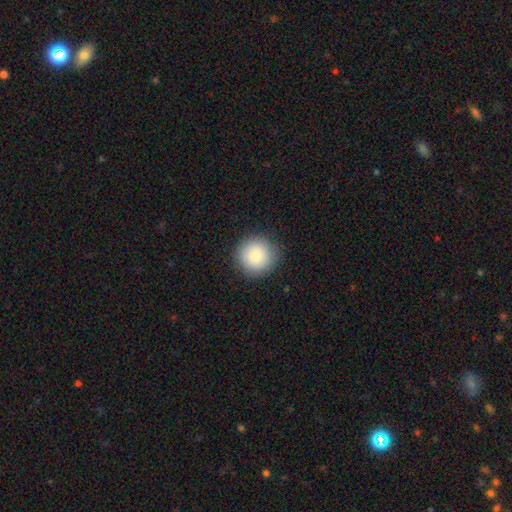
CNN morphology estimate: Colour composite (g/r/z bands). It shows a smooth galaxy with no disk features (85%) that is round (95%). Merging: none (89%).